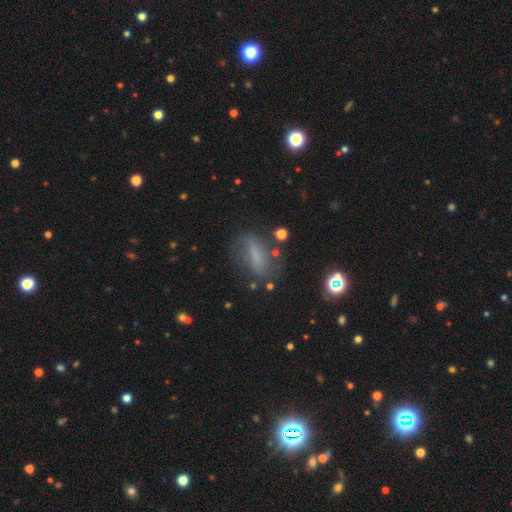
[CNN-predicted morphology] This appears to be a smooth galaxy with no disk features (53%) that is in between round and cigar-shaped (66%). Merging: none (60%).